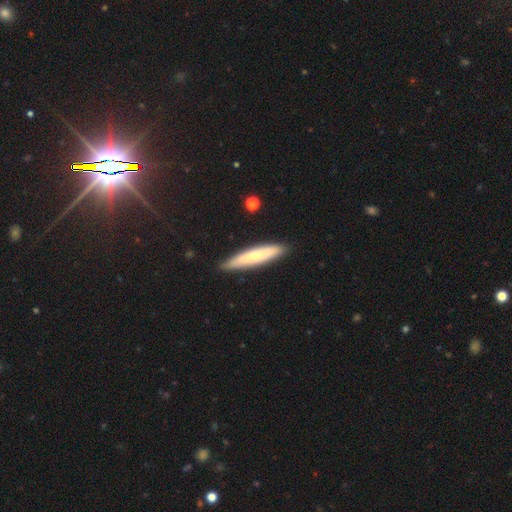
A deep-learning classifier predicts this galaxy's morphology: Smooth or featured? Predicted: smooth (p=0.57). How rounded? Predicted: cigar-shaped (p=0.88). Merging? Predicted: none (p=0.88).